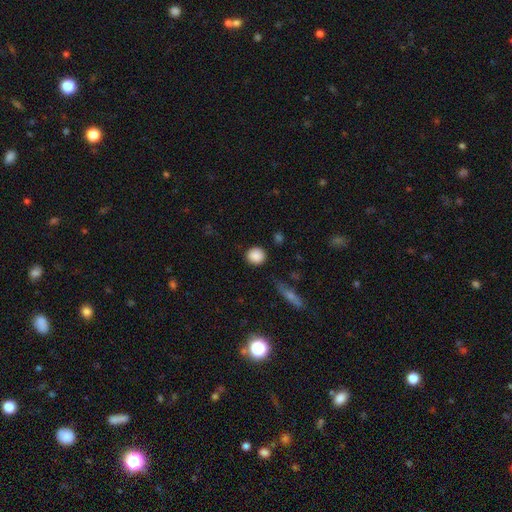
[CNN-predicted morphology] Smooth or featured?
  - smooth: 88% *
  - star or artifact: 8%
  - featured or disk: 4%
How rounded?
  - round: 88% *
  - in between: 11%
  - cigar-shaped: 2%
Merging?
  - none: 86% *
  - minor disturbance: 9%
  - major disturbance: 3%
  - merger: 2%